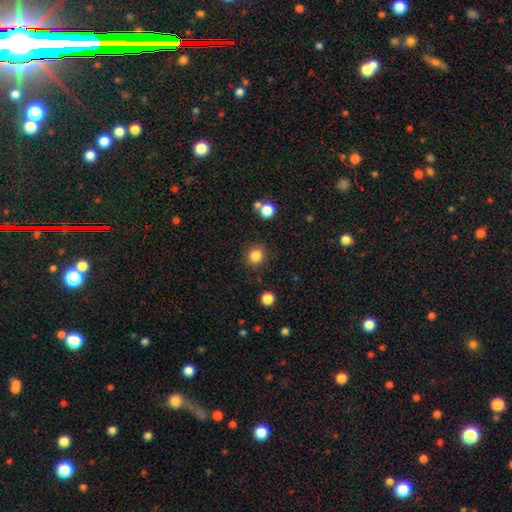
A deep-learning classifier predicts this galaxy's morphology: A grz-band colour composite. It shows a smooth galaxy with no disk features (84%) that is round (87%). Merging: none (86%).